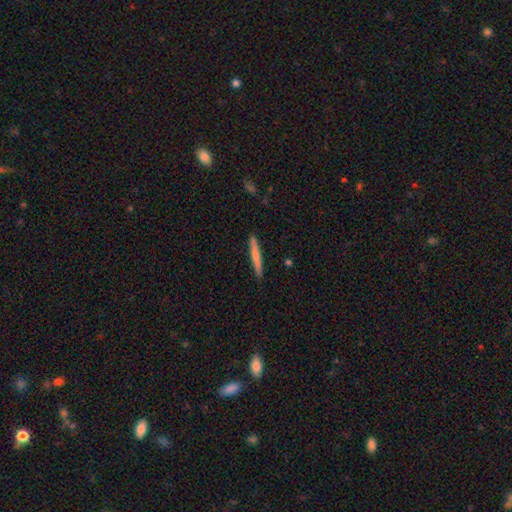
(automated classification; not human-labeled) smooth-or-featured: smooth: 64% | featured or disk: 31% | star or artifact: 5%
  how-rounded: cigar-shaped: 96% | in between: 3% | round: 1%
  merging: none: 90% | minor disturbance: 7% | major disturbance: 1% | merger: 1%